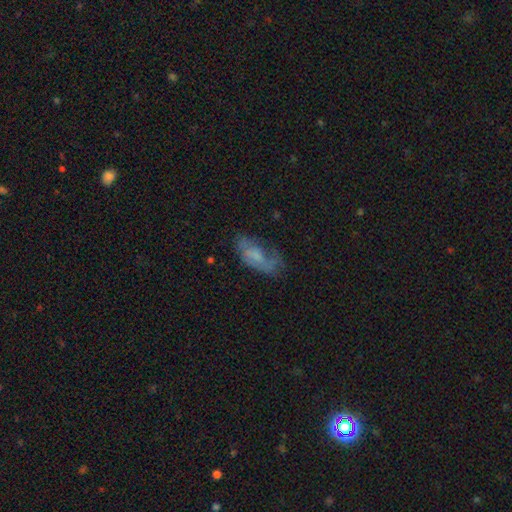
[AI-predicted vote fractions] smooth_or_featured: featured or disk (p=0.46) [alt: smooth p=0.44]
merging: none (p=0.48) [alt: minor disturbance p=0.27]